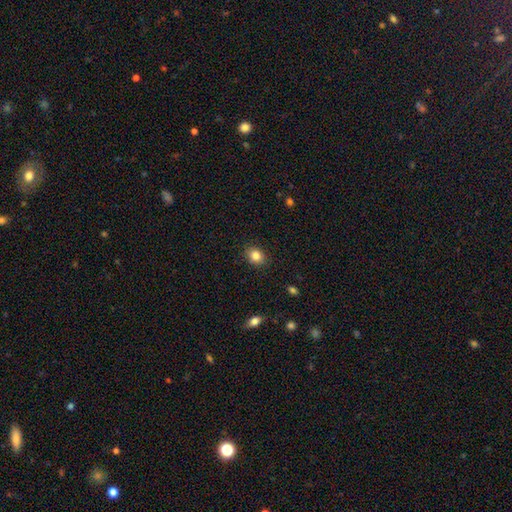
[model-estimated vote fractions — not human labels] smooth_or_featured: smooth (p=0.84) [alt: star or artifact p=0.10]
how_rounded: round (p=0.56) [alt: in between p=0.43]
merging: none (p=0.88) [alt: minor disturbance p=0.09]